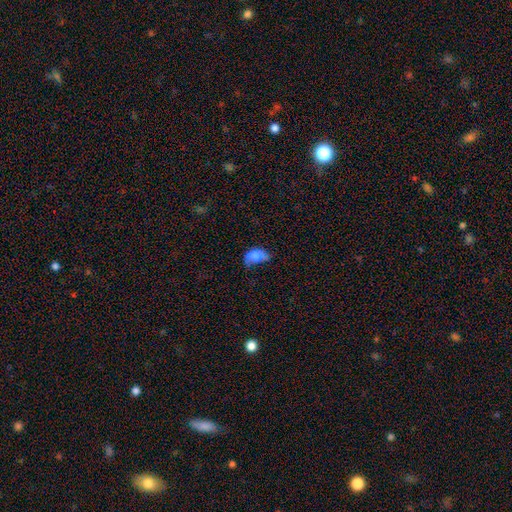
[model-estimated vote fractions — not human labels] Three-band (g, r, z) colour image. It shows a smooth galaxy with no disk features (66%) that is in between round and cigar-shaped (83%). Merging: minor disturbance (33%).